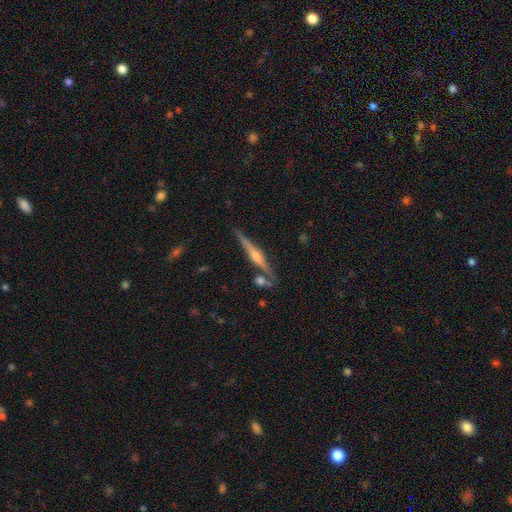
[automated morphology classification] Overall: featured or disk (78%). Edge-on disk: yes (98%). Edge-on bulge: rounded (79%). Merging: none (83%).